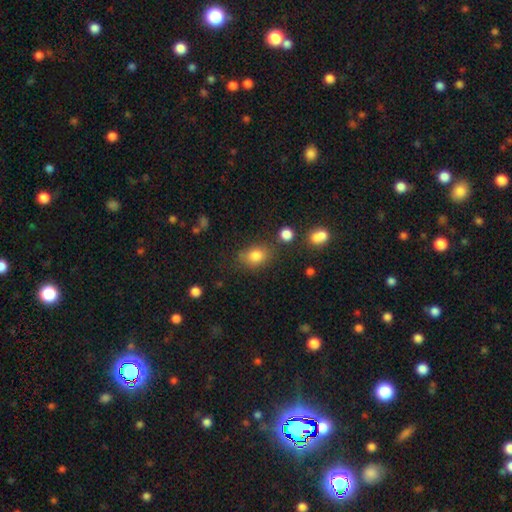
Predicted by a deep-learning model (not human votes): A smooth galaxy with no disk features (83%) that is in between round and cigar-shaped (65%). Merging: none (69%).